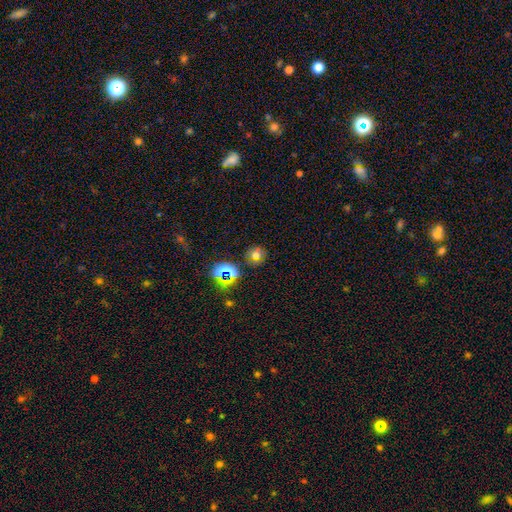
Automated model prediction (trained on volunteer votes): Overall: smooth (61%; star or artifact 28%). How rounded: round (83%). Merging: none (83%).